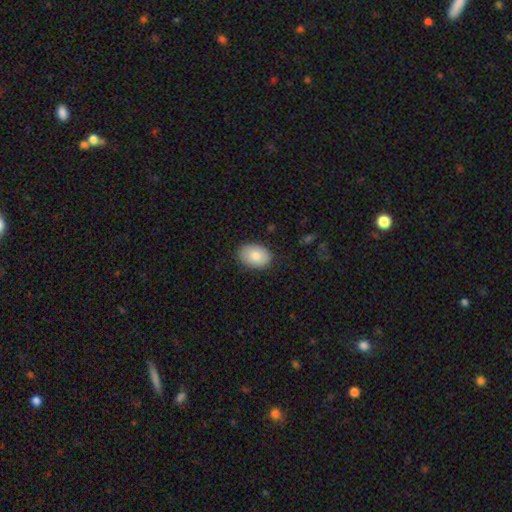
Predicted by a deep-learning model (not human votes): Smooth or featured? Predicted: smooth (p=0.85). How rounded? Predicted: in between (p=0.83). Merging? Predicted: none (p=0.85).